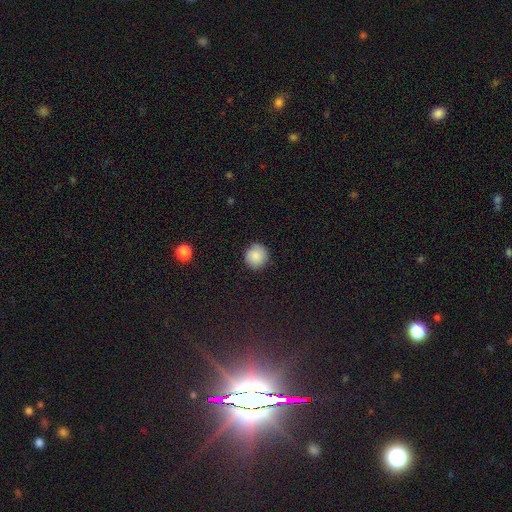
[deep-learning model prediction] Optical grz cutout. It shows a smooth galaxy with no disk features (86%) that is round (92%). Merging: none (87%).